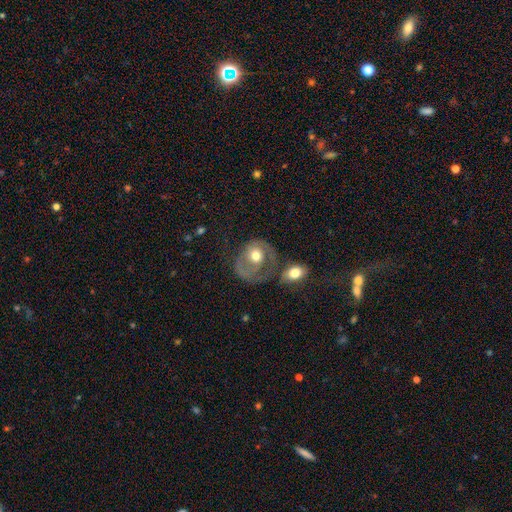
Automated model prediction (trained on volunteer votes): This is possibly a featured or disk galaxy (59%). It is clearly not viewed edge-on (97%). Bar: likely no (79%). Spiral arm pattern: likely yes (63%). Central bulge: likely moderate (73%). Merging: marginally none (32%).